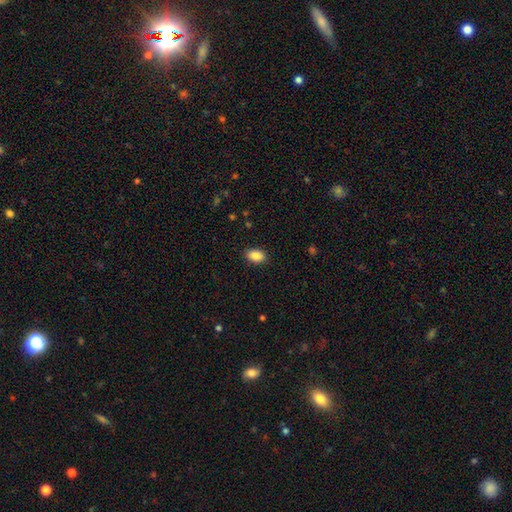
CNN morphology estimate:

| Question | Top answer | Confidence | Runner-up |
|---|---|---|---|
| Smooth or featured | smooth | 88% | star or artifact (8%) |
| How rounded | in between | 89% | round (9%) |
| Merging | none | 89% | minor disturbance (8%) |